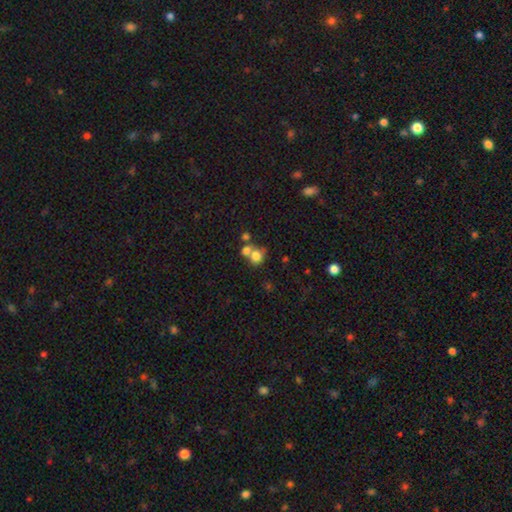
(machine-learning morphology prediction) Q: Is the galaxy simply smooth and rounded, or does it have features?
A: smooth — 75%.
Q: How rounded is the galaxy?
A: round — 79%.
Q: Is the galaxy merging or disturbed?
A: merger — 47%.